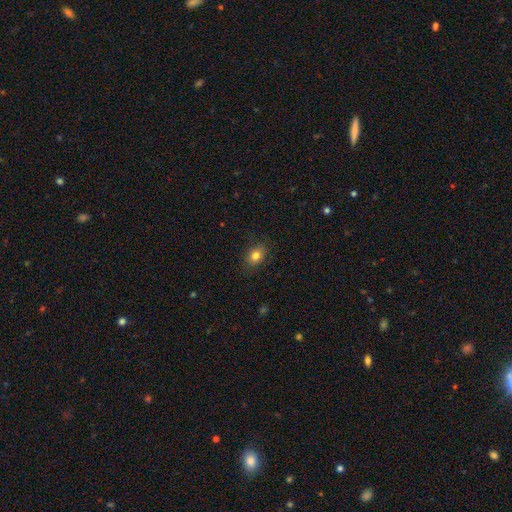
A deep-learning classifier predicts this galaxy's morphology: type=smooth (81%); roundness=in between (72%); merging=none (85%).